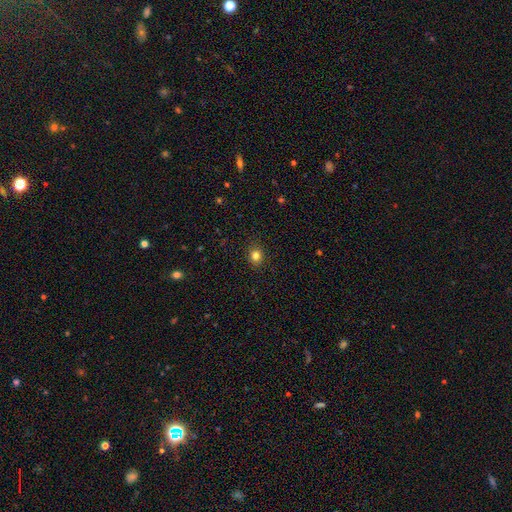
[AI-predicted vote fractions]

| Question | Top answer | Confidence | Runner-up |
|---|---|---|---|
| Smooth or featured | smooth | 81% | star or artifact (14%) |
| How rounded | round | 73% | in between (26%) |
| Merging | none | 90% | minor disturbance (7%) |